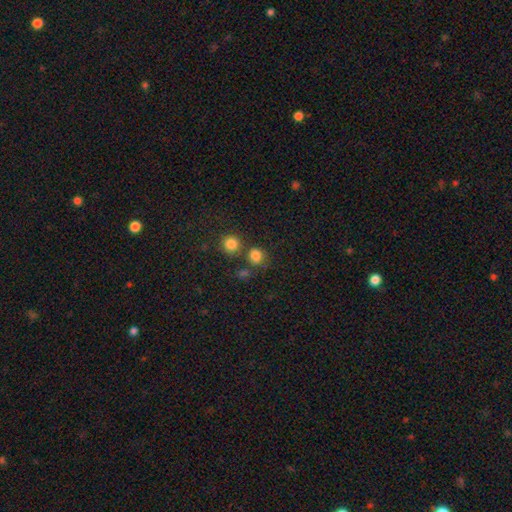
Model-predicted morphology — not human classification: This appears to be a smooth galaxy with no disk features (80%) that is round (73%). Merging: none (64%).